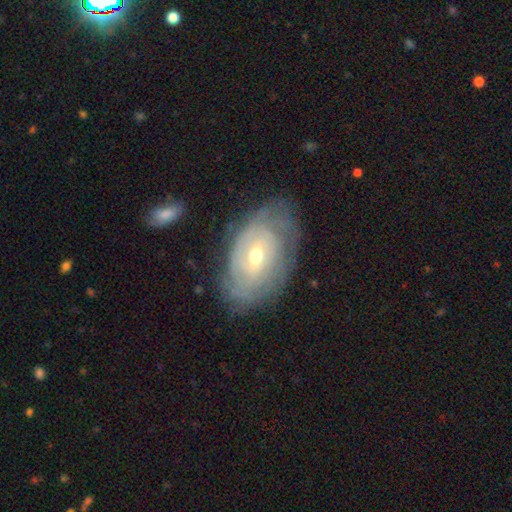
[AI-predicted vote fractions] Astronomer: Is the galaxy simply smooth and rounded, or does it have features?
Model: featured or disk — 78%.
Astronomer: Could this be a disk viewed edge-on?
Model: no — 94%.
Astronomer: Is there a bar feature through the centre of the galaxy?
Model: no — 49% (runner-up: weak, 40%).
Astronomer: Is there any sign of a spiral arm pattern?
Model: yes — 86%.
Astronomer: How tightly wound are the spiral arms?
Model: tight — 77%.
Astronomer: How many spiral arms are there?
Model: can't tell — 57%.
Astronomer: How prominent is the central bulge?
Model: moderate — 53% (runner-up: small, 43%).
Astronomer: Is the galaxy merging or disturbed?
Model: none — 71%.